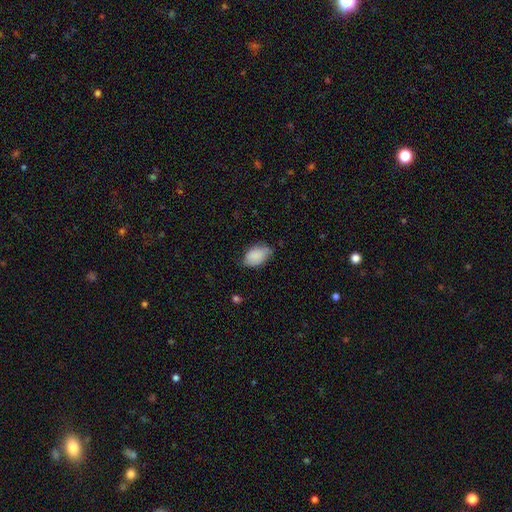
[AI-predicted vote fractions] Smooth or featured: smooth — 87% (star or artifact — 7%)
How rounded: in between — 91% (round — 7%)
Merging: none — 61% (minor disturbance — 32%)